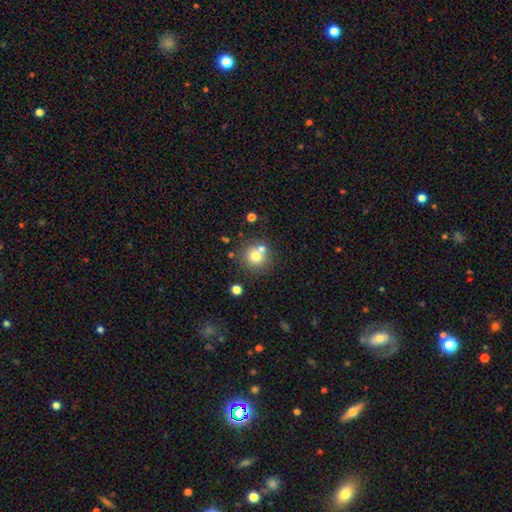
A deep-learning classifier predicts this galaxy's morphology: smooth 73%, featured or disk 14%, star or artifact 13%. Down the decision tree: how rounded — round (91%); merging — none (62%).